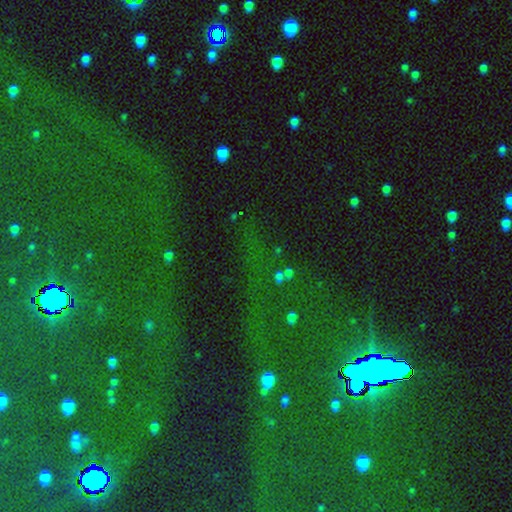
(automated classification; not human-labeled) Smooth or featured?
  - star or artifact: 80% *
  - smooth: 11%
  - featured or disk: 10%